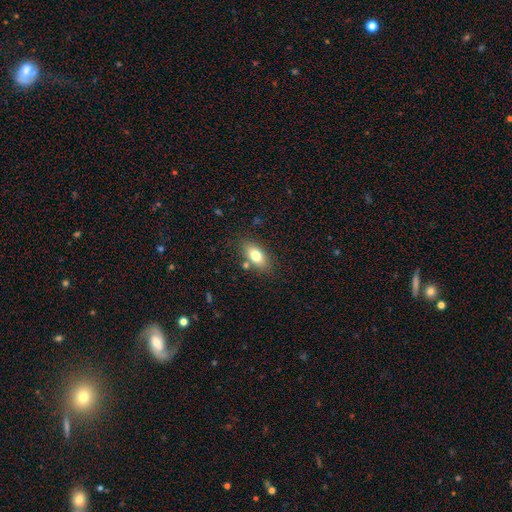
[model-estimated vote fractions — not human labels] This is likely a smooth galaxy (76%). How rounded: clearly in between (86%). Merging: likely none (77%).